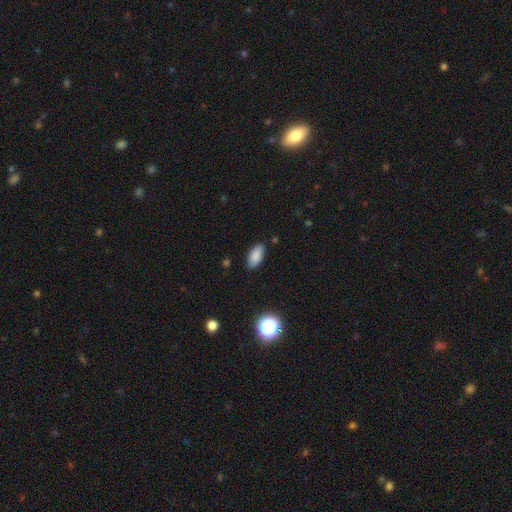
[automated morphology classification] A smooth galaxy with no disk features (86%) that is in between round and cigar-shaped (91%).

Vote fractions:
- Smooth or featured? smooth: 86% / star or artifact: 9% / featured or disk: 5%
- How rounded? in between: 91% / cigar-shaped: 7% / round: 3%
- Merging? none: 87% / minor disturbance: 10% / major disturbance: 2% / merger: 1%